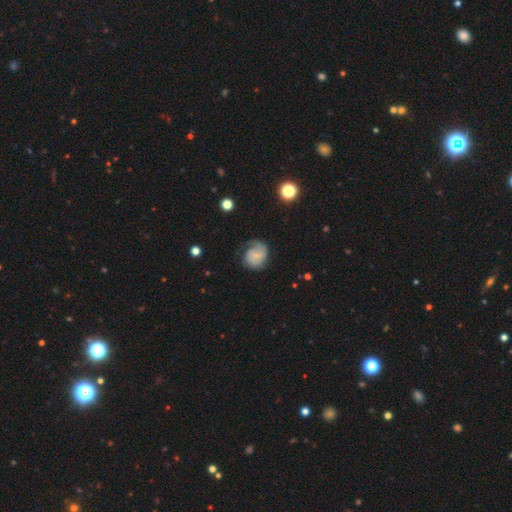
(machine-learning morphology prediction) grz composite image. It shows a featured or disk galaxy (62%) with no bar (56%), 2 (38%) tight (44%) spiral arms (90%) and a small central bulge (60%). Merging: none (53%).